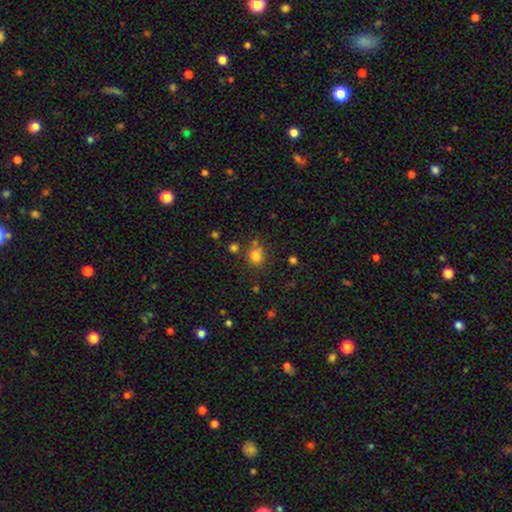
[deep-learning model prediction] smooth 78%, star or artifact 15%, featured or disk 7%. Down the decision tree: how rounded — round (84%); merging — none (71%).